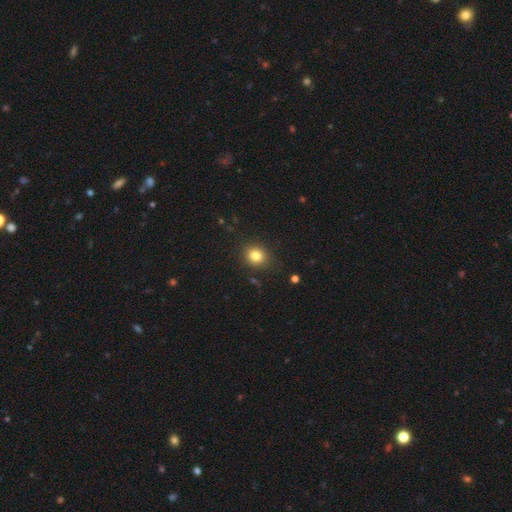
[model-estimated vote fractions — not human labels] Smooth or featured?
  - smooth: 81% *
  - star or artifact: 12%
  - featured or disk: 7%
How rounded?
  - round: 76% *
  - in between: 23%
  - cigar-shaped: 1%
Merging?
  - none: 87% *
  - minor disturbance: 9%
  - major disturbance: 3%
  - merger: 1%